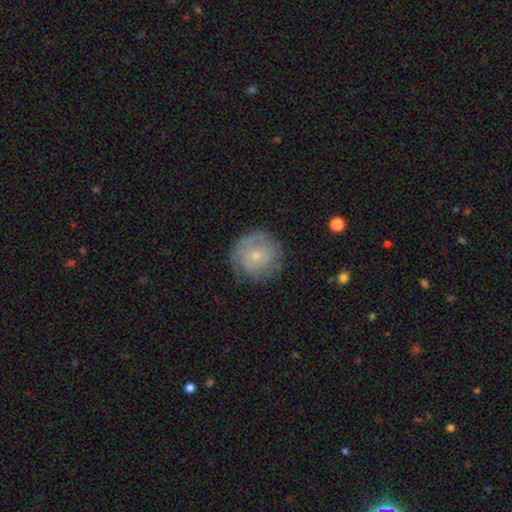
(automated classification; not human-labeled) Q: Smooth or featured?
A: smooth (51%); runner-up: featured or disk (42%)
Q: How rounded?
A: round (94%); runner-up: in between (5%)
Q: Merging?
A: none (76%); runner-up: minor disturbance (17%)